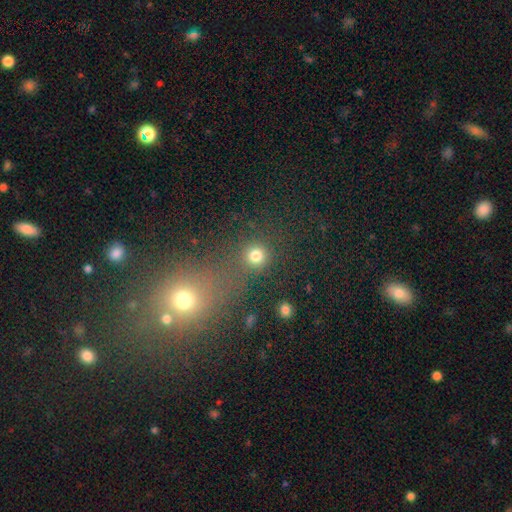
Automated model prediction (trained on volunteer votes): Smooth or featured? Predicted: smooth (p=0.79). How rounded? Predicted: round (p=0.92). Merging? Predicted: none (p=0.77).